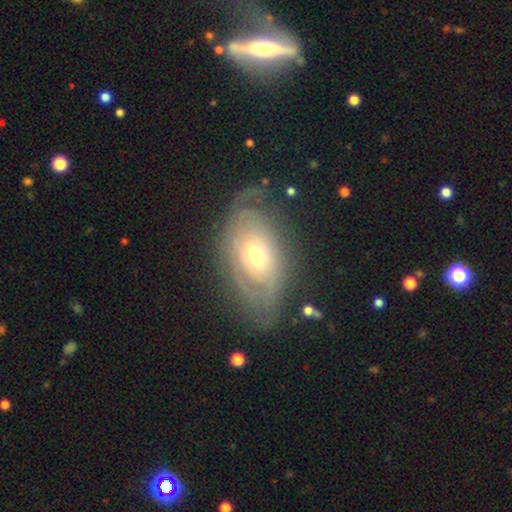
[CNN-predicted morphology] A featured or disk galaxy (71%) with no bar (76%), spiral arms (75%) and a moderate central bulge (53%). Merging: none (65%).